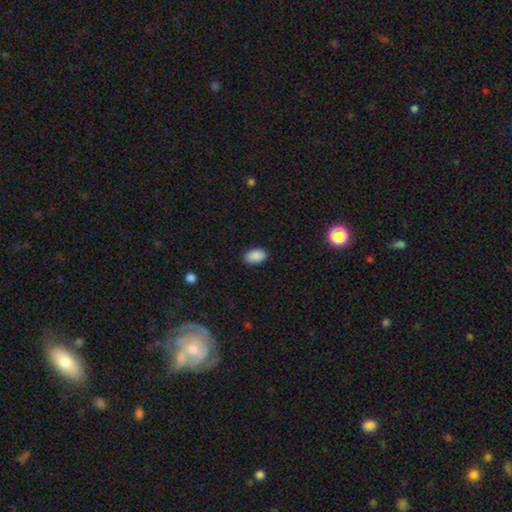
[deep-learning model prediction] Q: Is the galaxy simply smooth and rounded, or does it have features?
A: smooth — 89%.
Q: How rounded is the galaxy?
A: in between — 93%.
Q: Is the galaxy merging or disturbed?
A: none — 87%.